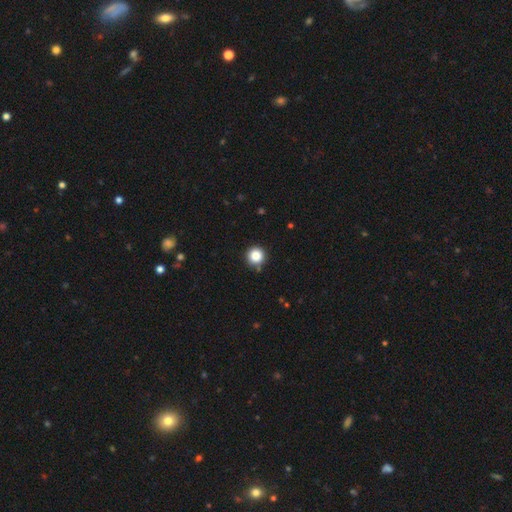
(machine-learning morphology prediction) smooth-or-featured: smooth: 85% | star or artifact: 11% | featured or disk: 4%
  how-rounded: round: 96% | in between: 3% | cigar-shaped: 1%
  merging: none: 89% | minor disturbance: 7% | merger: 2% | major disturbance: 2%